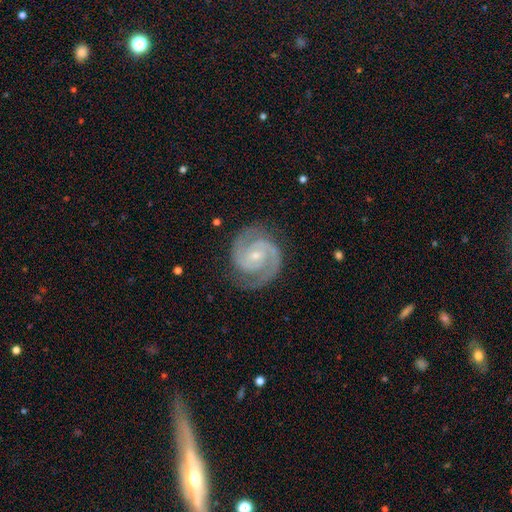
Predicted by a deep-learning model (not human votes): The model was most divided on "bar": no: 46%, weak: 41%, strong: 14%. More confident: spiral arms — yes (98%); edge-on disk — no (98%); smooth or featured — featured or disk (92%); spiral arm count — 2 (91%); merging — none (82%); bulge size — small (68%); spiral winding — tight (57%).